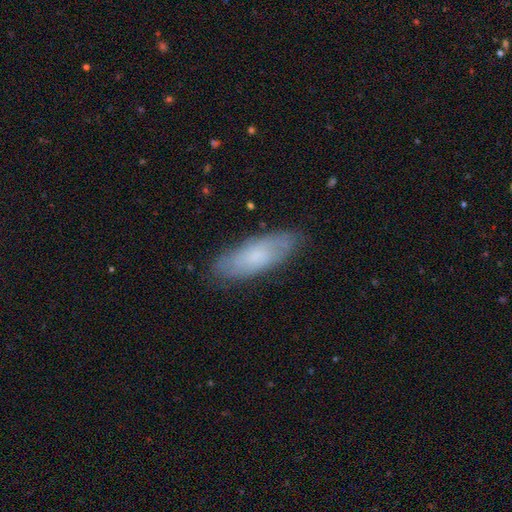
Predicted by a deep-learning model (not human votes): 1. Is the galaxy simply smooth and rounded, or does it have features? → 62% smooth, 30% featured or disk, 7% star or artifact.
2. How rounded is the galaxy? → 63% in between, 36% cigar-shaped, 2% round.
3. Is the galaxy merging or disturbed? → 81% none, 15% minor disturbance, 3% major disturbance, 1% merger.